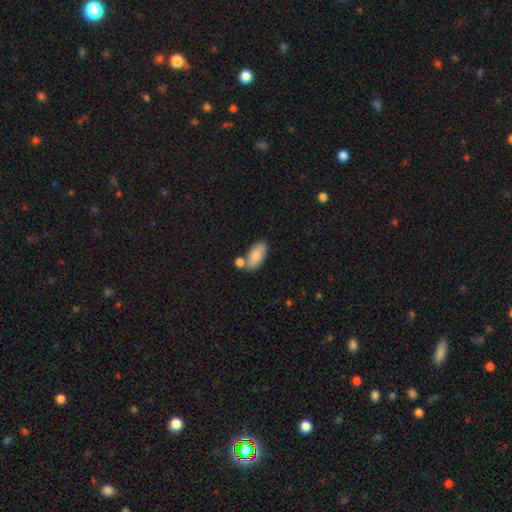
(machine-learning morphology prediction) smooth_or_featured: smooth (p=0.84) [alt: featured or disk p=0.10]
how_rounded: in between (p=0.91) [alt: cigar-shaped p=0.06]
merging: none (p=0.61) [alt: merger p=0.21]